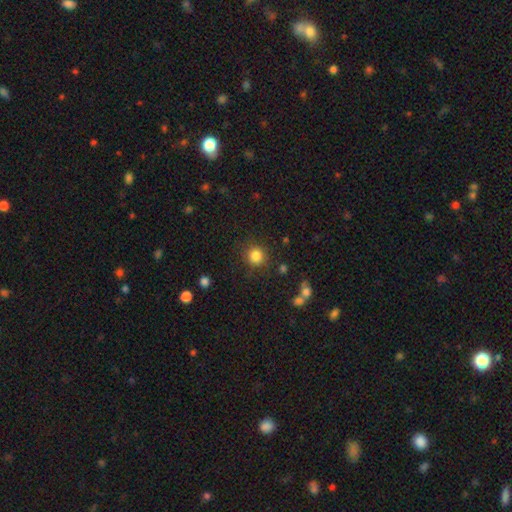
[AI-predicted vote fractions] smooth_or_featured: smooth (p=0.84) [alt: star or artifact p=0.12]
how_rounded: round (p=0.90) [alt: in between p=0.09]
merging: none (p=0.84) [alt: minor disturbance p=0.10]